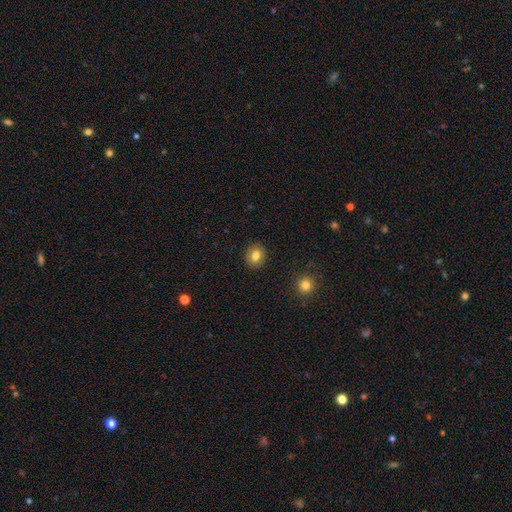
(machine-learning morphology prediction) This appears to be a smooth galaxy with no disk features (81%) that is round (63%). Merging: none (89%).